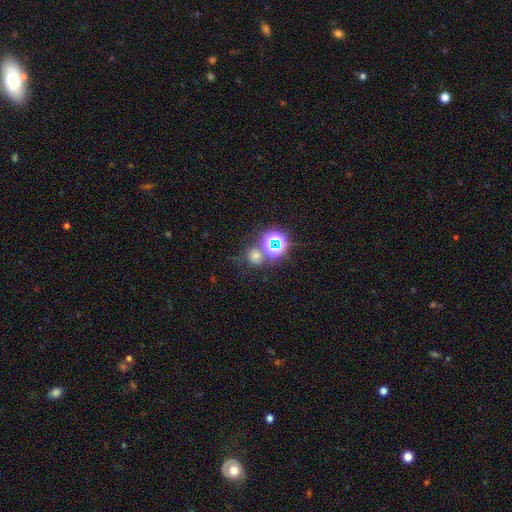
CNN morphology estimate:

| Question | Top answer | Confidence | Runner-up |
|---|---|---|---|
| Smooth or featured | smooth | 54% | star or artifact (37%) |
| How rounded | round | 86% | in between (13%) |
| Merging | none | 62% | merger (23%) |